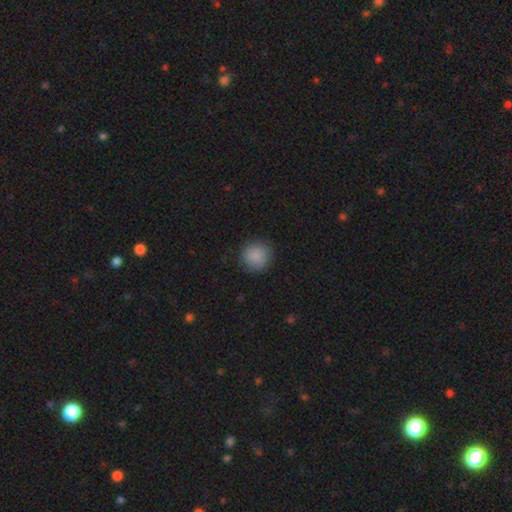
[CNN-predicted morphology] Smooth or featured? Predicted: smooth (p=0.87). How rounded? Predicted: round (p=0.92). Merging? Predicted: none (p=0.86).